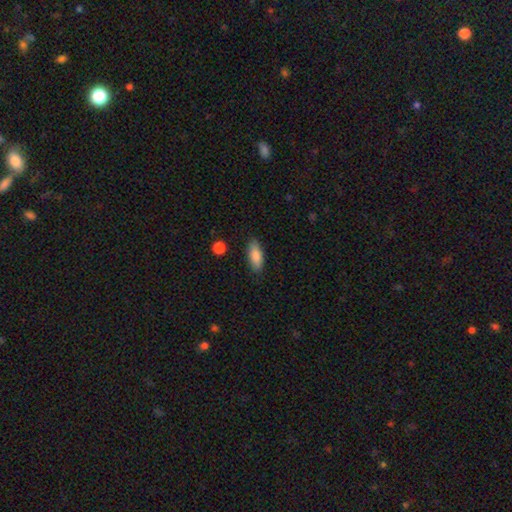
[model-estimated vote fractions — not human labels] Smooth or featured: smooth — 83% (featured or disk — 10%)
How rounded: in between — 73% (cigar-shaped — 24%)
Merging: none — 86% (minor disturbance — 10%)